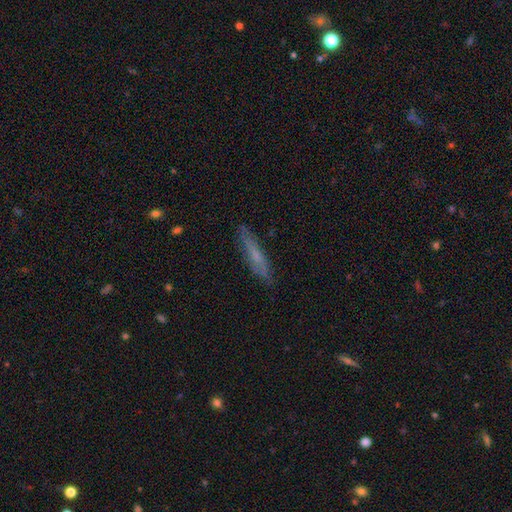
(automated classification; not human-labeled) smooth_or_featured: smooth (p=0.51) [alt: featured or disk p=0.42]
how_rounded: cigar-shaped (p=0.88) [alt: in between p=0.10]
merging: none (p=0.83) [alt: minor disturbance p=0.13]